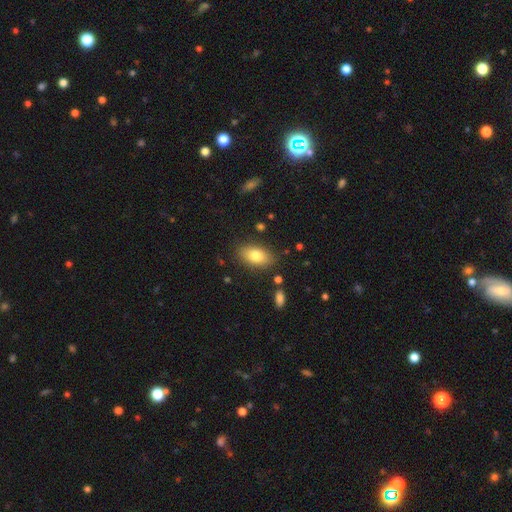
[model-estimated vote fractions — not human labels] Smooth or featured: smooth — 80% (featured or disk — 13%)
How rounded: in between — 91% (round — 6%)
Merging: none — 84% (minor disturbance — 11%)